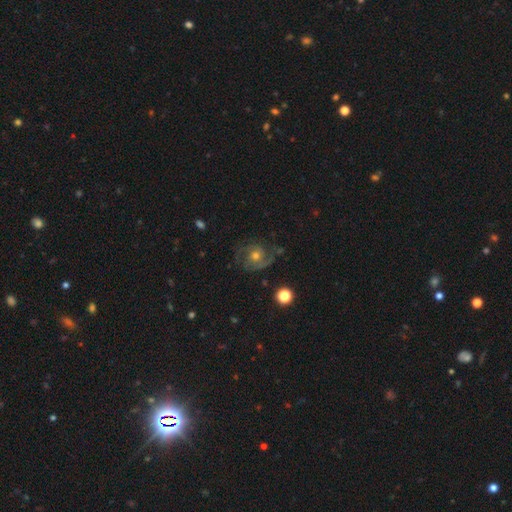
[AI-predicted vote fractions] Smooth or featured? featured or disk (82%)
Edge-on disk? no (98%)
Bar? no (74%)
Spiral arms? yes (95%)
Spiral winding? medium (50%)
Spiral arm count? 2 (64%)
Bulge size? moderate (62%)
Merging? none (68%)